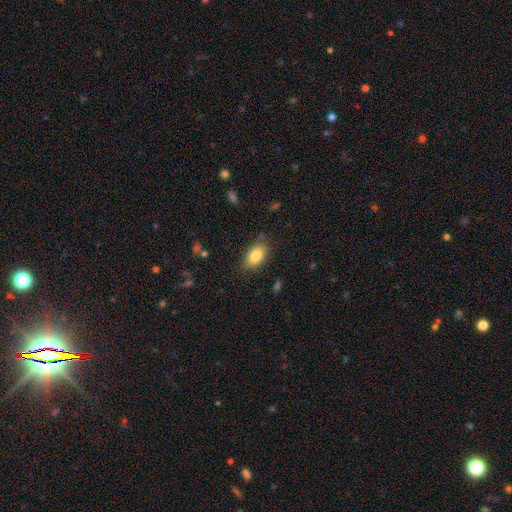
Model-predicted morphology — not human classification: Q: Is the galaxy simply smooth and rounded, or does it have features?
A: smooth — 84%.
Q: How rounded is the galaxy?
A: in between — 91%.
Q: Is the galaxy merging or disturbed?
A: none — 79%.